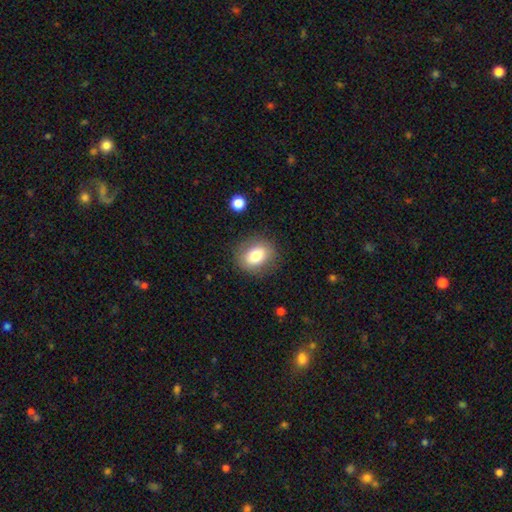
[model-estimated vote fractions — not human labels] A smooth galaxy with no disk features (77%) that is round (50%). Merging: none (84%).